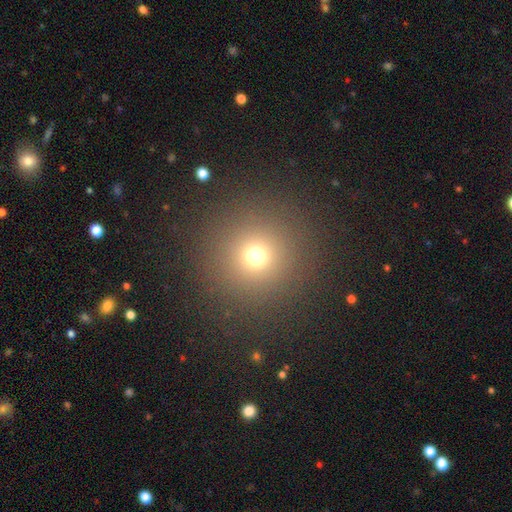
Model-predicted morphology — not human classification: Smooth or featured? smooth (71%)
How rounded? round (94%)
Merging? none (88%)